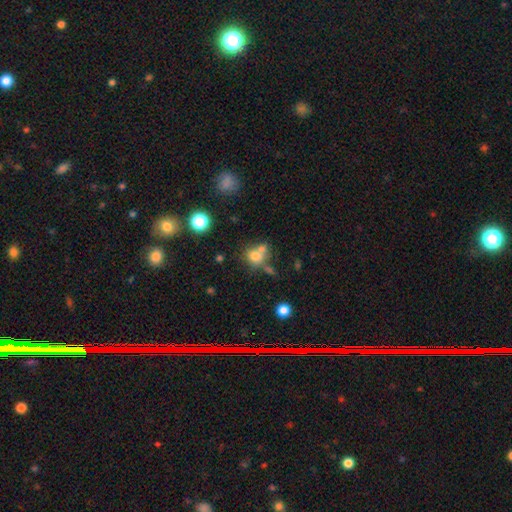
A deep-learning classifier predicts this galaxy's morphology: The model was most divided on "merging": none: 42%, merger: 41%, minor disturbance: 11%, major disturbance: 6%. More confident: smooth or featured — smooth (72%); how rounded — round (71%).